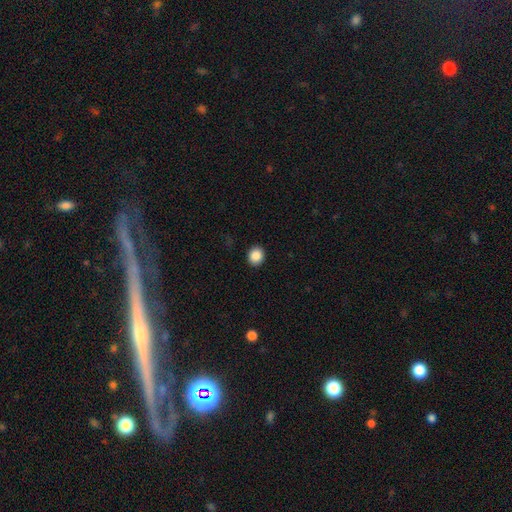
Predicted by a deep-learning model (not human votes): The model was most divided on "how rounded": round: 79%, in between: 20%, cigar-shaped: 1%. More confident: merging — none (92%); smooth or featured — smooth (88%).